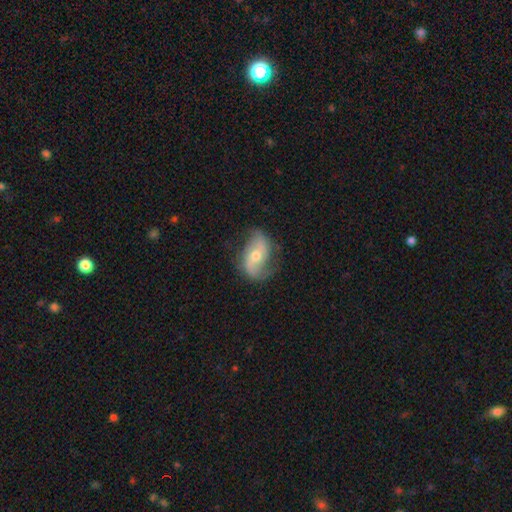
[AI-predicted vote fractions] smooth-or-featured: featured or disk: 72% | smooth: 21% | star or artifact: 7%
  disk-edge-on: no: 95% | yes: 5%
    bar: no: 51% | weak: 33% | strong: 16%
    has-spiral-arms: yes: 89% | no: 11%
      spiral-winding: loose: 59% | medium: 30% | tight: 11%
      spiral-arm-count: 2: 86% | can't tell: 6% | 1: 5% | 3: 1% | 4: 1% | more than 4: 1%
    bulge-size: moderate: 61% | small: 34% | large: 3% | none: 1% | dominant: 1%
  merging: none: 67% | minor disturbance: 22% | major disturbance: 9% | merger: 1%